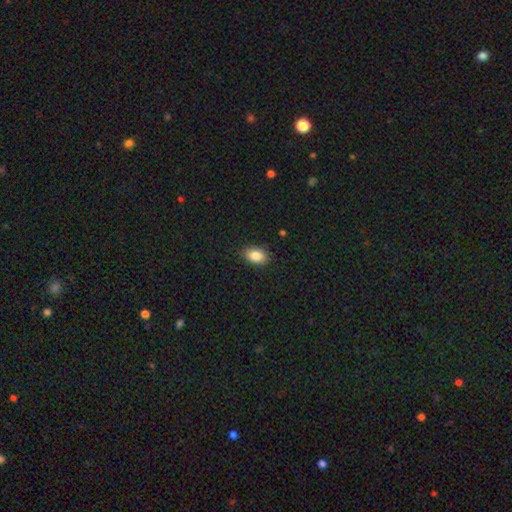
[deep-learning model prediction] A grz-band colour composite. It shows a smooth galaxy with no disk features (85%) that is in between round and cigar-shaped (87%). Merging: none (87%).